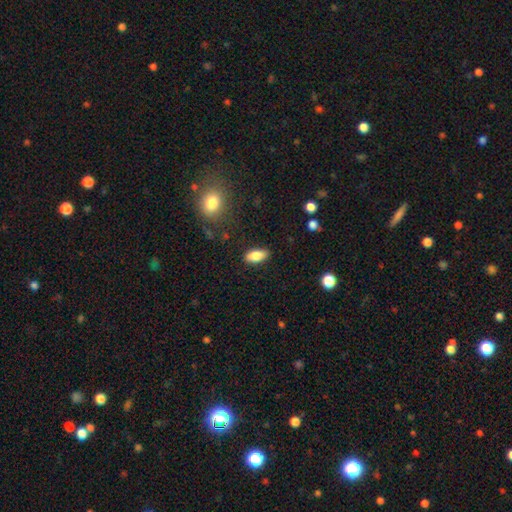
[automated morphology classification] smooth_or_featured: smooth (p=0.82) [alt: featured or disk p=0.10]
how_rounded: in between (p=0.87) [alt: cigar-shaped p=0.10]
merging: none (p=0.86) [alt: minor disturbance p=0.10]